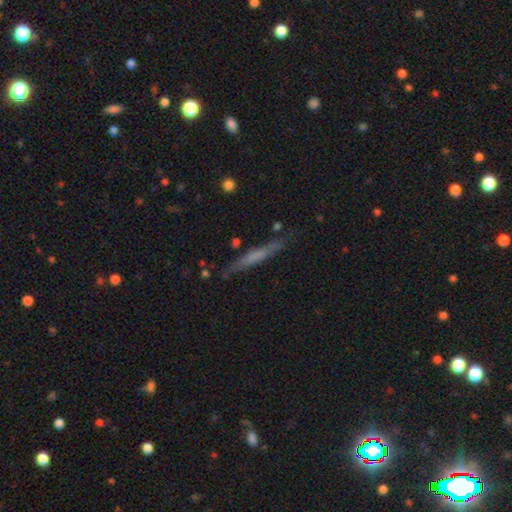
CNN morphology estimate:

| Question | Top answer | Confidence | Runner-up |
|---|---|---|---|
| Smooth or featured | smooth | 48% | featured or disk (44%) |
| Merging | none | 82% | minor disturbance (12%) |